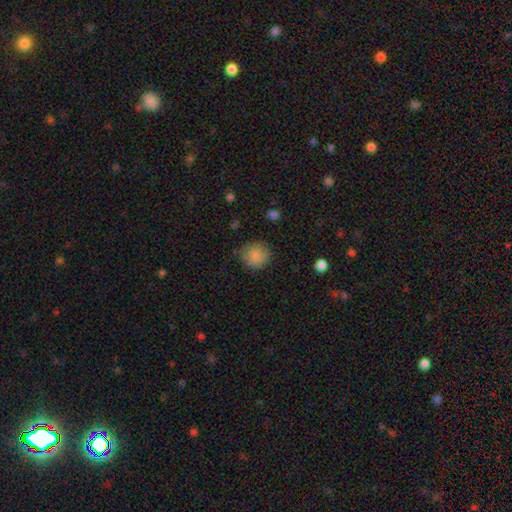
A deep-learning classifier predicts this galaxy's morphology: This appears to be a smooth galaxy with no disk features (84%) that is round (89%). Merging: none (74%).